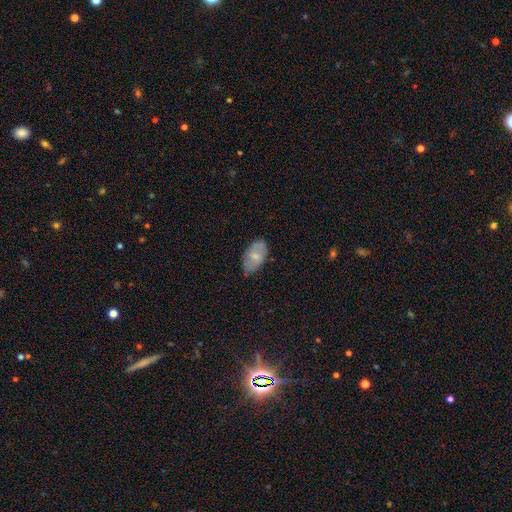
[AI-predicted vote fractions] This appears to be a smooth galaxy with no disk features (61%) that is in between round and cigar-shaped (93%). Merging: none (72%).